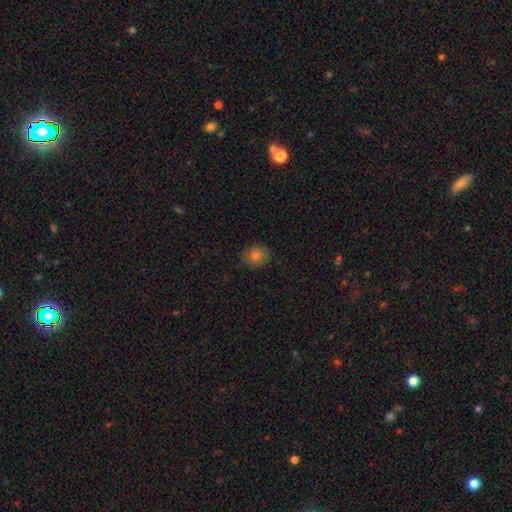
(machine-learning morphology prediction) Smooth or featured? Predicted: smooth (p=0.80). How rounded? Predicted: round (p=0.78). Merging? Predicted: none (p=0.87).